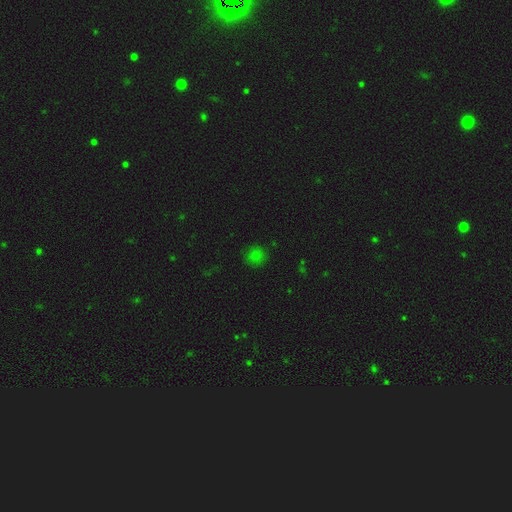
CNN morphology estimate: This appears to be a smooth galaxy with no disk features (76%) that is round (91%). Merging: none (87%).